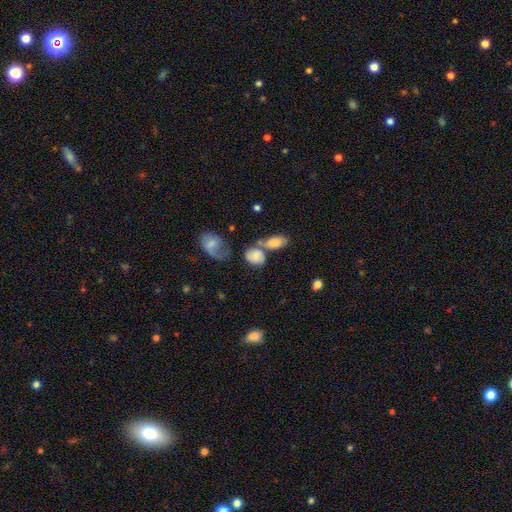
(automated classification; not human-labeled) Q: Smooth or featured?
A: smooth (73%); runner-up: featured or disk (18%)
Q: How rounded?
A: in between (63%); runner-up: round (35%)
Q: Merging?
A: merger (44%); runner-up: none (31%)